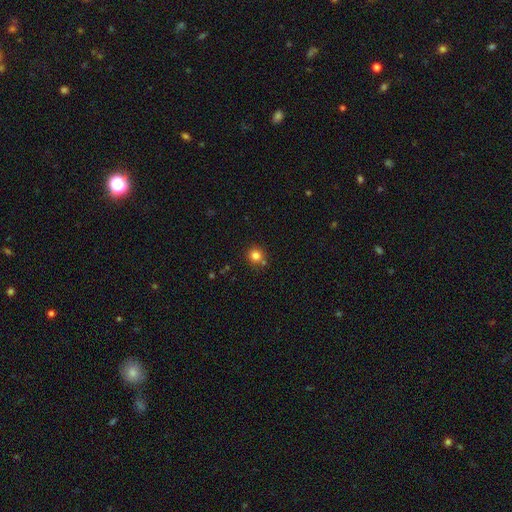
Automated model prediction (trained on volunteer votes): The model was most divided on "merging": none: 76%, minor disturbance: 11%, merger: 10%, major disturbance: 3%. More confident: how rounded — round (90%); smooth or featured — smooth (82%).